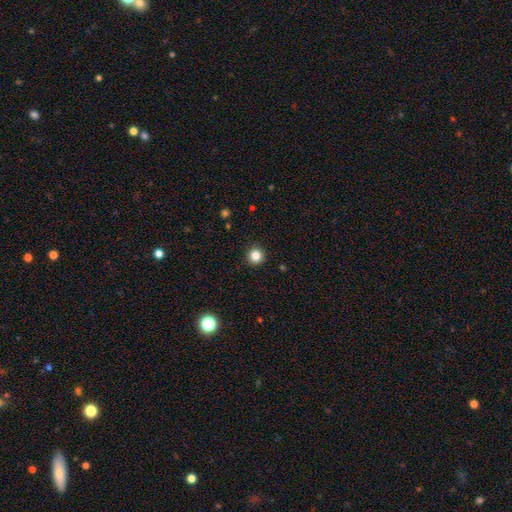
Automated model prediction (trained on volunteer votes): This appears to be a smooth galaxy with no disk features (84%) that is round (94%). Merging: none (92%).